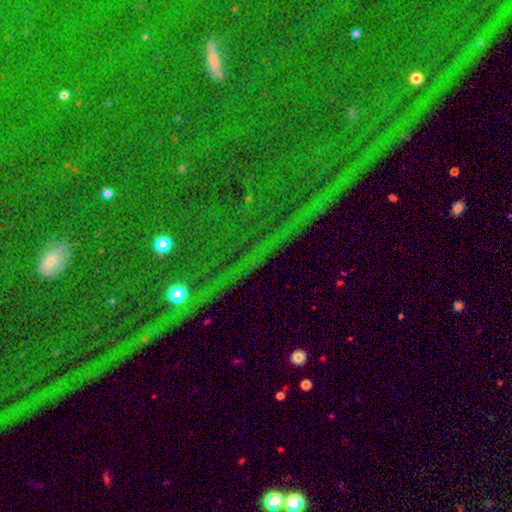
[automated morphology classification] Q: Smooth or featured?
A: star or artifact (81%); runner-up: featured or disk (9%)